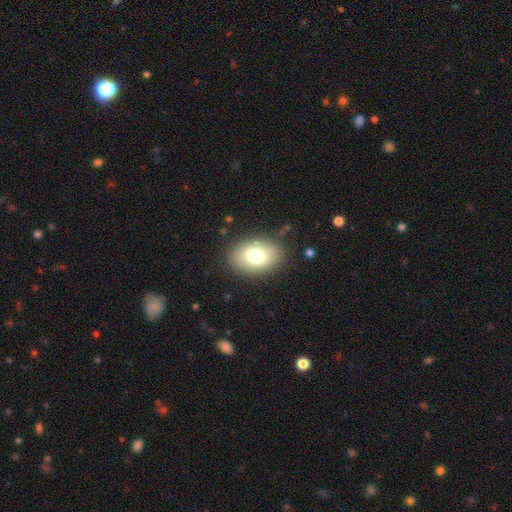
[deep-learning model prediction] Smooth or featured: smooth — 76% (featured or disk — 15%)
How rounded: in between — 81% (round — 18%)
Merging: none — 85% (minor disturbance — 10%)